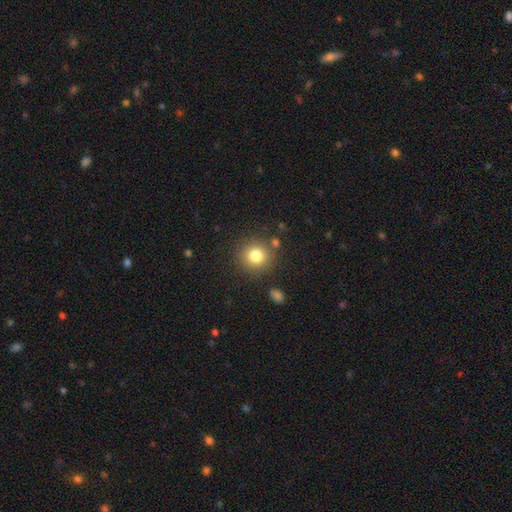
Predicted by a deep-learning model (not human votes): Smooth or featured?
  - smooth: 81% *
  - star or artifact: 12%
  - featured or disk: 8%
How rounded?
  - round: 91% *
  - in between: 8%
  - cigar-shaped: 1%
Merging?
  - none: 84% *
  - minor disturbance: 8%
  - merger: 4%
  - major disturbance: 3%